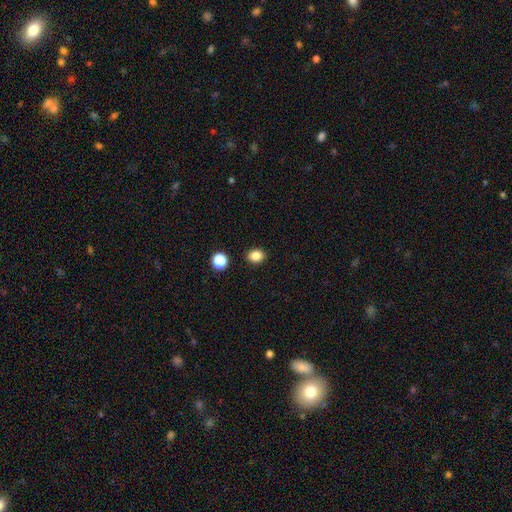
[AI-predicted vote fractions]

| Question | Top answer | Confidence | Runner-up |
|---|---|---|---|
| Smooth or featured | smooth | 85% | star or artifact (11%) |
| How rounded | round | 53% | in between (46%) |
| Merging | none | 89% | minor disturbance (7%) |